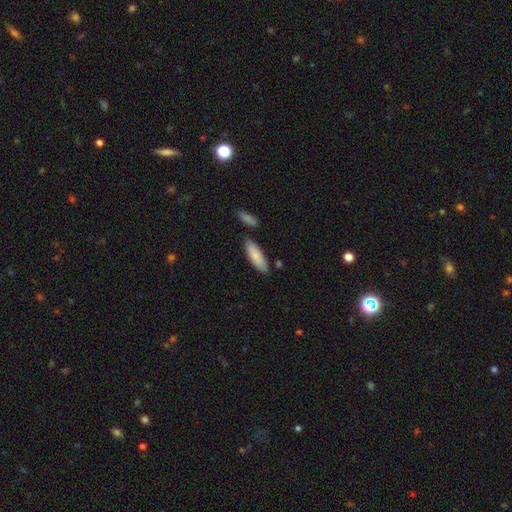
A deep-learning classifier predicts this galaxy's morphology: A smooth galaxy with no disk features (84%) that is in between round and cigar-shaped (58%).

Vote fractions:
- Smooth or featured? smooth: 84% / featured or disk: 11% / star or artifact: 5%
- How rounded? in between: 58% / cigar-shaped: 41% / round: 2%
- Merging? none: 78% / minor disturbance: 13% / merger: 7% / major disturbance: 3%